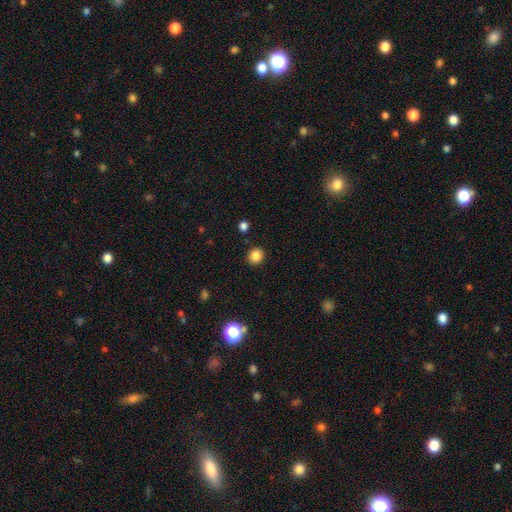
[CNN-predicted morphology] Smooth or featured? Predicted: smooth (p=0.85). How rounded? Predicted: round (p=0.83). Merging? Predicted: none (p=0.89).